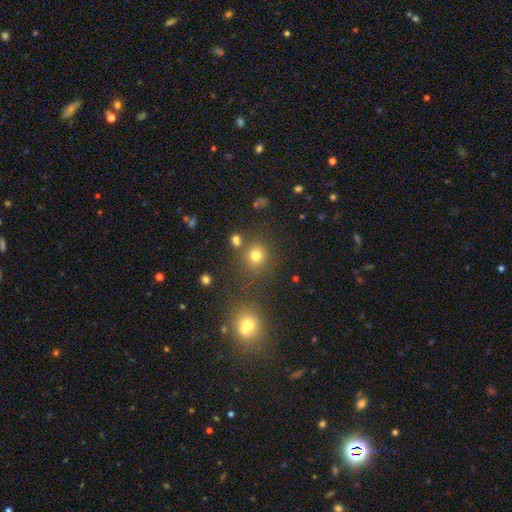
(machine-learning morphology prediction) This appears to be a smooth galaxy with no disk features (75%) that is round (89%). Merging: none (76%).